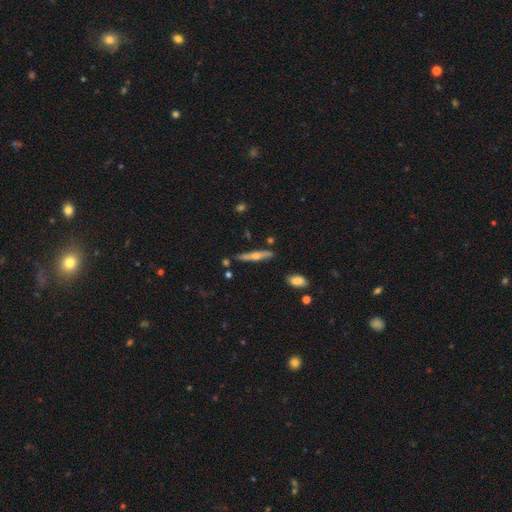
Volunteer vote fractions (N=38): A featured or disk galaxy (68%) viewed edge-on (100%) with a rounded central bulge (85%).

Vote fractions:
- Smooth or featured? featured or disk: 68% / smooth: 24% / star or artifact: 8%
- Edge-on disk? yes: 100% / no: 0%
- Edge-on bulge? rounded: 85% / none: 12% / boxy: 4%
- Merging? none: 86% / minor disturbance: 14% / major disturbance: 0% / merger: 0%